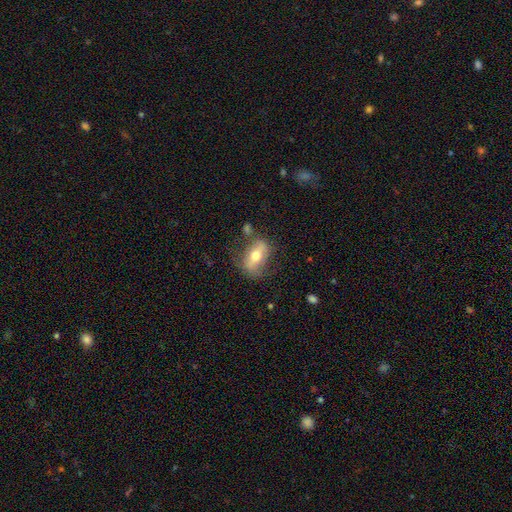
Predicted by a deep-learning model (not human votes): This is possibly a featured or disk galaxy (47%). Merging: likely none (62%).